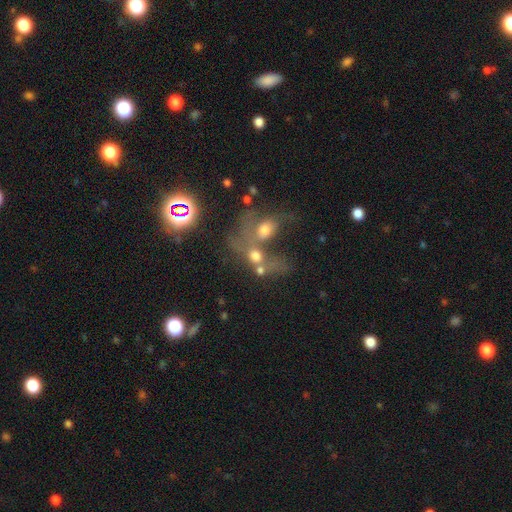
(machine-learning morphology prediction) Smooth or featured: smooth — 48% (featured or disk — 29%)
Merging: merger — 65% (major disturbance — 14%)